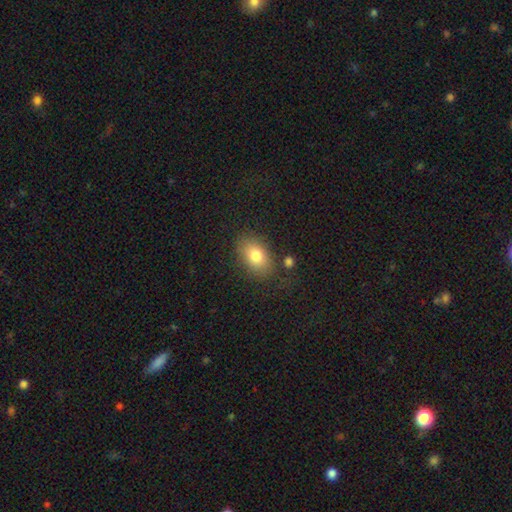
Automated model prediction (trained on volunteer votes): smooth-or-featured: smooth: 80% | featured or disk: 11% | star or artifact: 8%
  how-rounded: in between: 85% | round: 14% | cigar-shaped: 1%
  merging: none: 77% | minor disturbance: 14% | major disturbance: 5% | merger: 4%